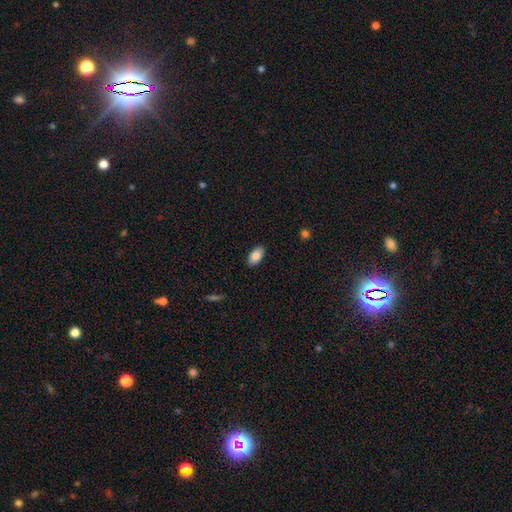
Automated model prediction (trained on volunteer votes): Smooth or featured? Predicted: smooth (p=0.84). How rounded? Predicted: in between (p=0.94). Merging? Predicted: none (p=0.89).